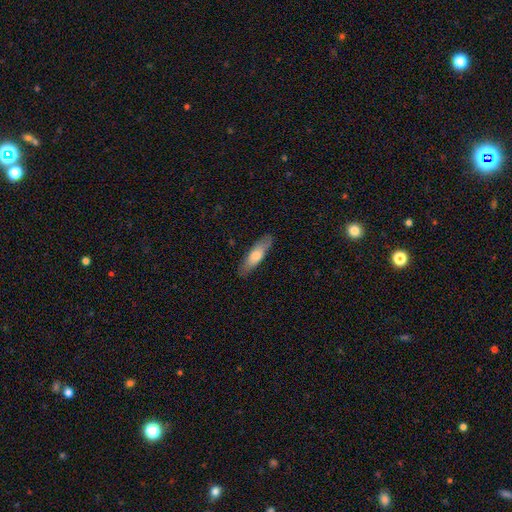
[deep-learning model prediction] Q: Smooth or featured?
A: smooth (66%); runner-up: featured or disk (28%)
Q: How rounded?
A: cigar-shaped (56%); runner-up: in between (42%)
Q: Merging?
A: none (83%); runner-up: minor disturbance (13%)